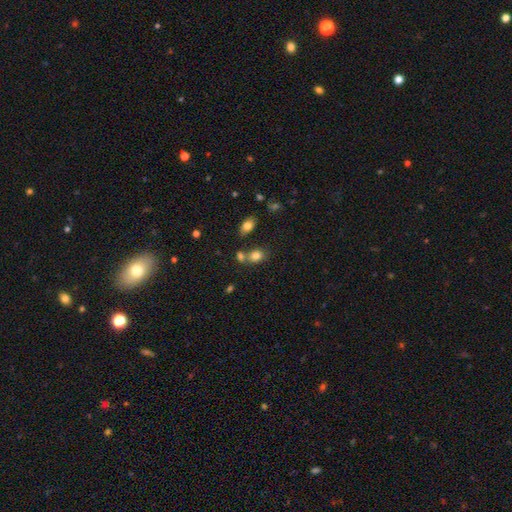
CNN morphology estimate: smooth-or-featured: smooth: 80% | star or artifact: 11% | featured or disk: 9%
  how-rounded: in between: 66% | round: 33% | cigar-shaped: 2%
  merging: none: 53% | merger: 31% | minor disturbance: 12% | major disturbance: 4%